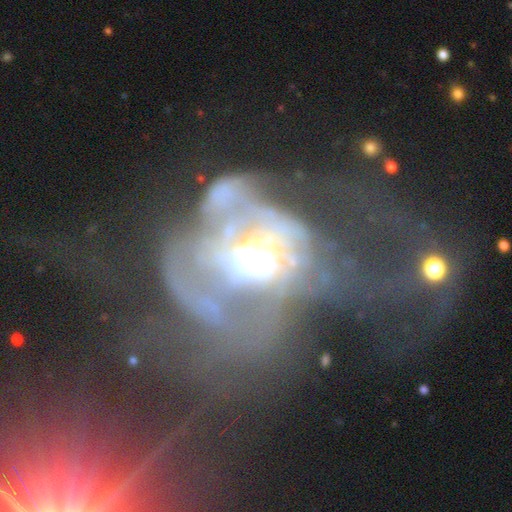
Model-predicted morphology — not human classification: type=featured or disk (74%); edge-on=no (96%); bar=no (74%); spiral arms=no (55%); bulge=moderate (64%); merging=major disturbance (61%).